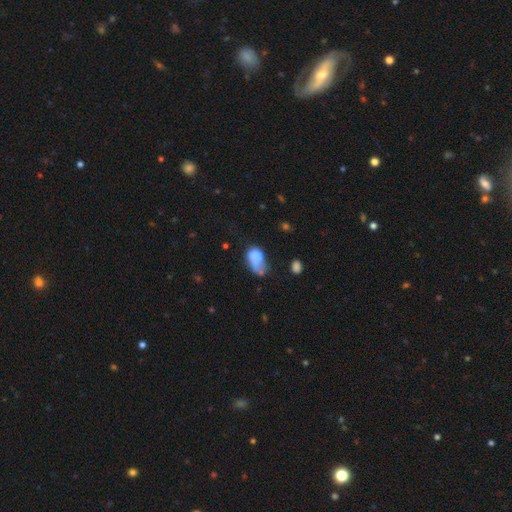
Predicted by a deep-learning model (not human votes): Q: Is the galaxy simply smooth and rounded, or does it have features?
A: smooth — 67%.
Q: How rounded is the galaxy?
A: in between — 90%.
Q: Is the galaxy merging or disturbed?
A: minor disturbance — 32%.